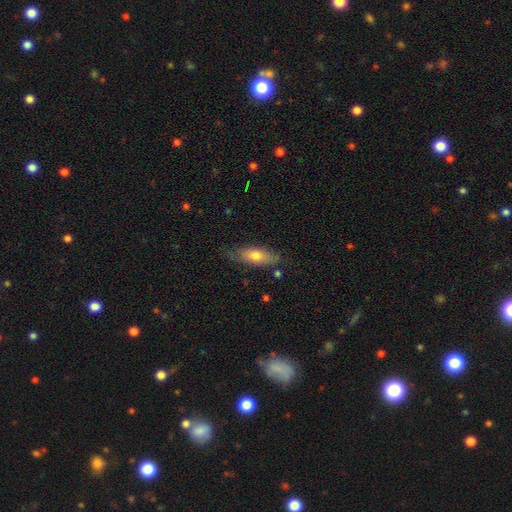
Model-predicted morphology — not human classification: smooth_or_featured: smooth (p=0.67) [alt: featured or disk p=0.27]
how_rounded: in between (p=0.68) [alt: cigar-shaped p=0.29]
merging: none (p=0.71) [alt: minor disturbance p=0.22]